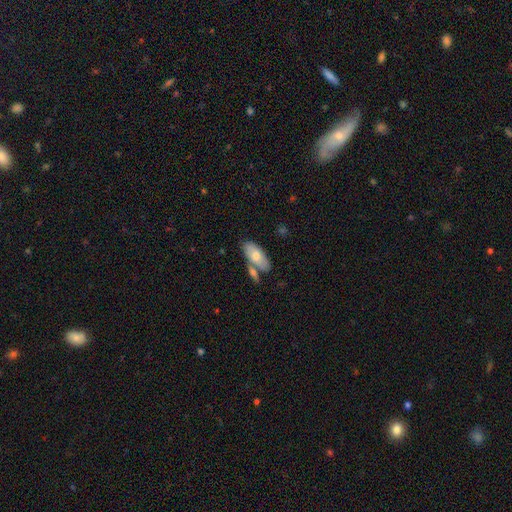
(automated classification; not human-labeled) Overall: smooth (67%). How rounded: in between (85%). Merging: none (60%; merger 23%).